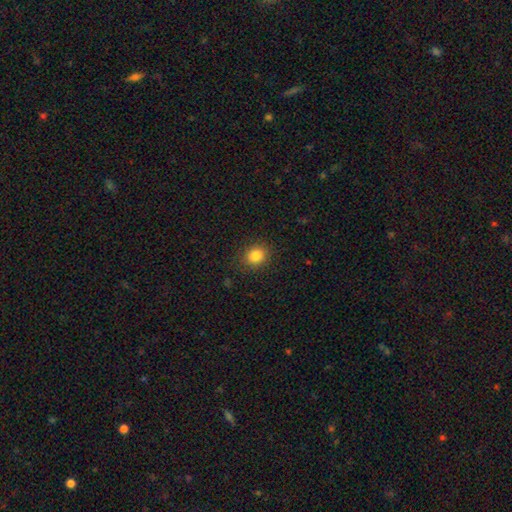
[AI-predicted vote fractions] smooth_or_featured: smooth (p=0.85) [alt: star or artifact p=0.10]
how_rounded: round (p=0.74) [alt: in between p=0.26]
merging: none (p=0.87) [alt: minor disturbance p=0.09]